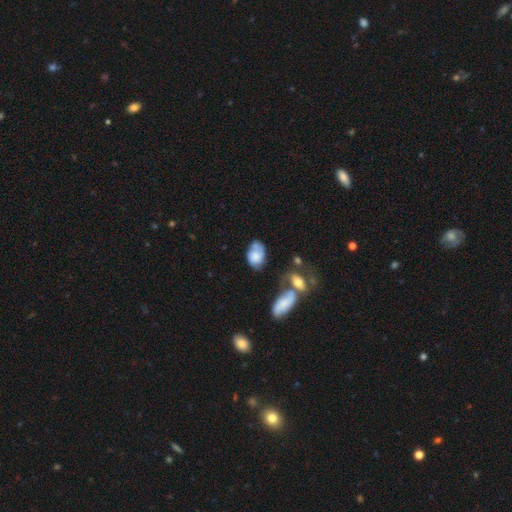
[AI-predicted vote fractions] Morphology: type=smooth (61%); roundness=in between (84%); merging=none (38%).